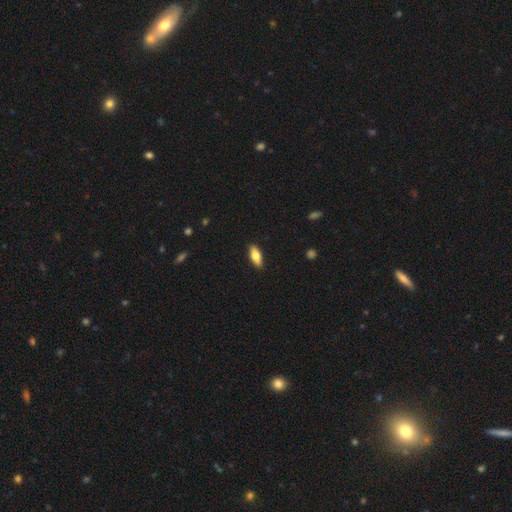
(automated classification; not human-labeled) This is likely a smooth galaxy (73%). How rounded: likely in between (79%). Merging: clearly none (89%).